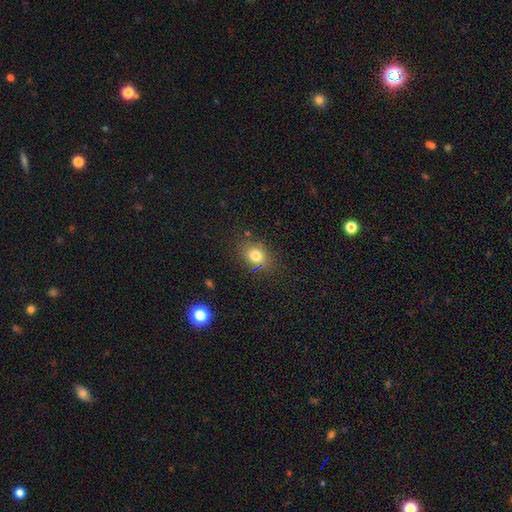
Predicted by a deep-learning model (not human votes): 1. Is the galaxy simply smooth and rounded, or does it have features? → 78% smooth, 14% star or artifact, 9% featured or disk.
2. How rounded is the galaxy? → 52% in between, 46% round, 1% cigar-shaped.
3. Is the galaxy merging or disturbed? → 80% none, 13% minor disturbance, 4% major disturbance, 3% merger.